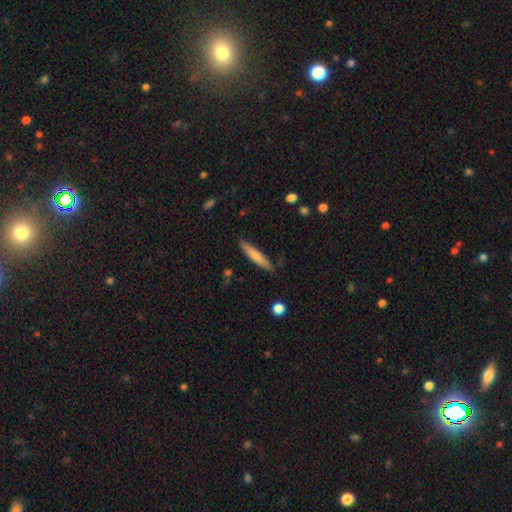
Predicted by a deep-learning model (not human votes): The model was most divided on "smooth or featured": smooth: 70%, featured or disk: 24%, star or artifact: 6%. More confident: how rounded — cigar-shaped (91%); merging — none (86%).